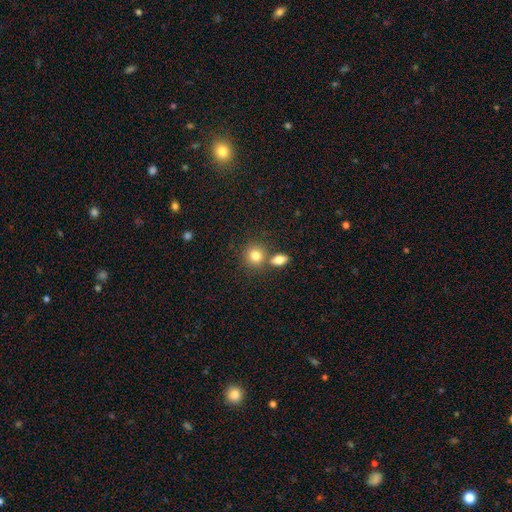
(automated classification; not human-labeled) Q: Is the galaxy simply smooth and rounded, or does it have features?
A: smooth — 81%.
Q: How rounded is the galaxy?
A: round — 79%.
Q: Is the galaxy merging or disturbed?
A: none — 60%.